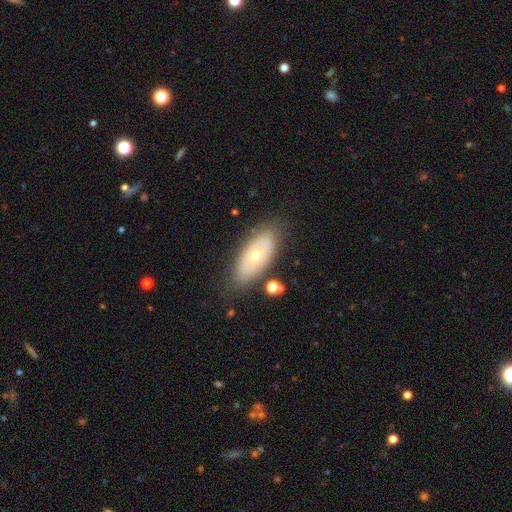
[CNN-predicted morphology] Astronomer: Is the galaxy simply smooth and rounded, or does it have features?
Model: featured or disk — 53% (runner-up: smooth, 41%).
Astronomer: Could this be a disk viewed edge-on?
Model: no — 84%.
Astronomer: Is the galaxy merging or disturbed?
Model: none — 79%.